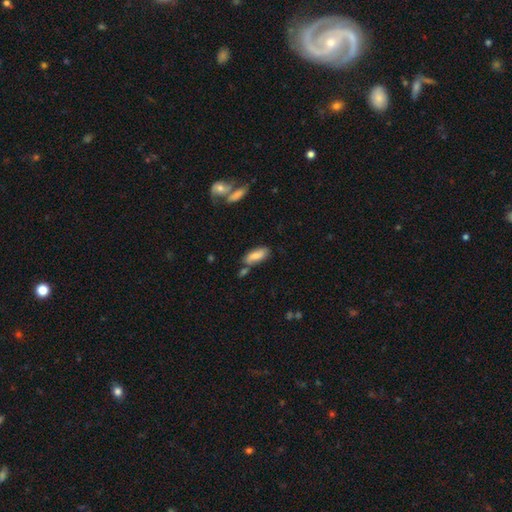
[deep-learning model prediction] Smooth or featured? smooth (77%)
How rounded? in between (75%)
Merging? none (54%)